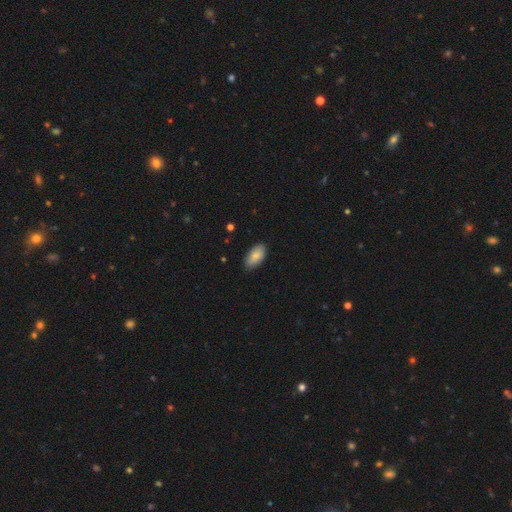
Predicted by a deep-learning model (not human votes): Smooth or featured? smooth (84%)
How rounded? in between (94%)
Merging? none (84%)